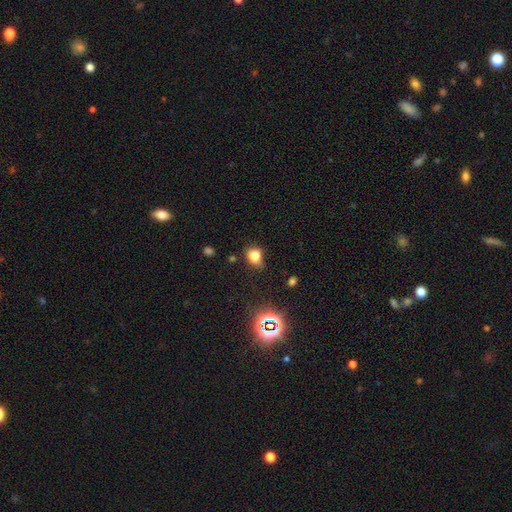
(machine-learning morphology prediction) Q: Smooth or featured?
A: smooth (78%); runner-up: star or artifact (14%)
Q: How rounded?
A: round (52%); runner-up: in between (47%)
Q: Merging?
A: none (65%); runner-up: minor disturbance (25%)